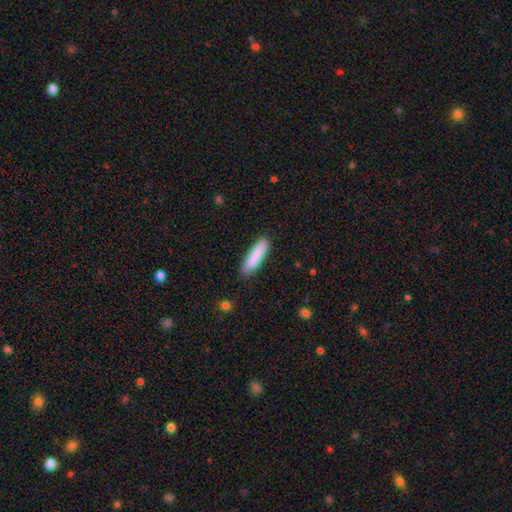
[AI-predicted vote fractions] smooth-or-featured: smooth: 87% | featured or disk: 7% | star or artifact: 6%
  how-rounded: cigar-shaped: 75% | in between: 24% | round: 1%
  merging: none: 87% | minor disturbance: 10% | major disturbance: 2% | merger: 1%